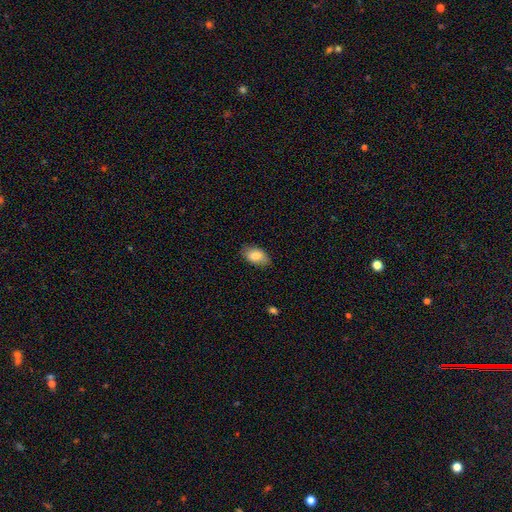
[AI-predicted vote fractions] Smooth or featured? Predicted: smooth (p=0.85). How rounded? Predicted: in between (p=0.92). Merging? Predicted: none (p=0.80).